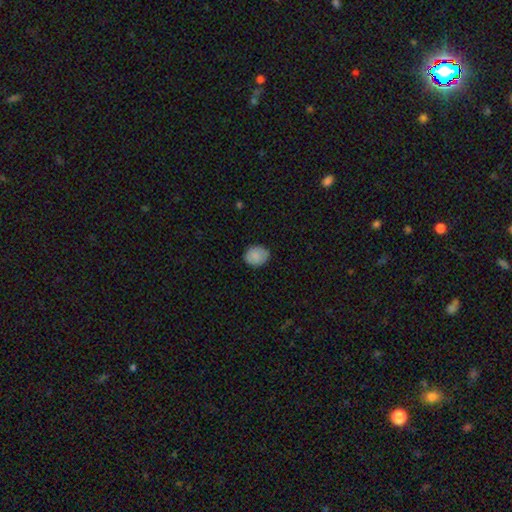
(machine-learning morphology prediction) This appears to be a smooth galaxy with no disk features (83%) that is round (56%). Merging: none (81%).